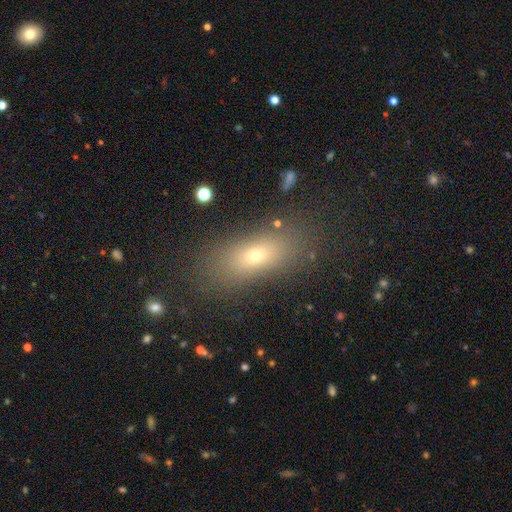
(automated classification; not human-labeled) Q: Smooth or featured?
A: smooth (71%); runner-up: featured or disk (16%)
Q: How rounded?
A: in between (74%); runner-up: cigar-shaped (19%)
Q: Merging?
A: none (80%); runner-up: minor disturbance (12%)